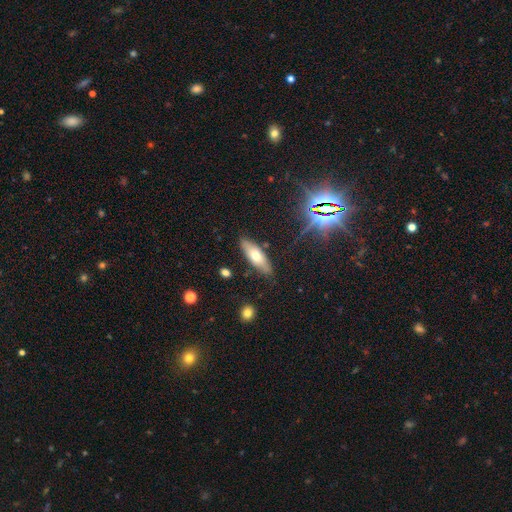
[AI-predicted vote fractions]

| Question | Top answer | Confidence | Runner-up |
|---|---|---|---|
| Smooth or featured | smooth | 62% | featured or disk (29%) |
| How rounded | in between | 60% | cigar-shaped (38%) |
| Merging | none | 82% | minor disturbance (13%) |